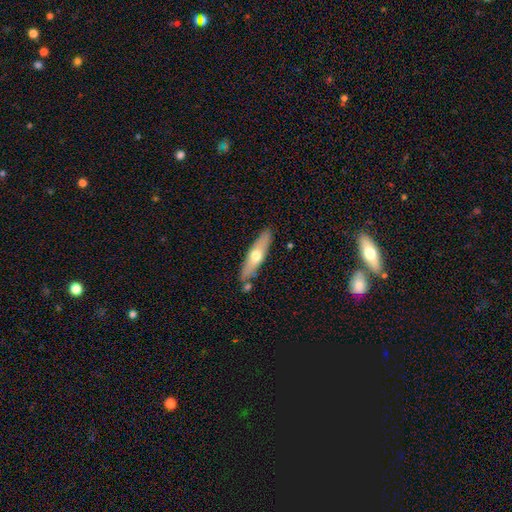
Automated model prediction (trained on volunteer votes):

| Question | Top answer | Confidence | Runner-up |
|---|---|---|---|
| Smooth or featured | smooth | 49% | featured or disk (46%) |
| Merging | none | 82% | minor disturbance (11%) |